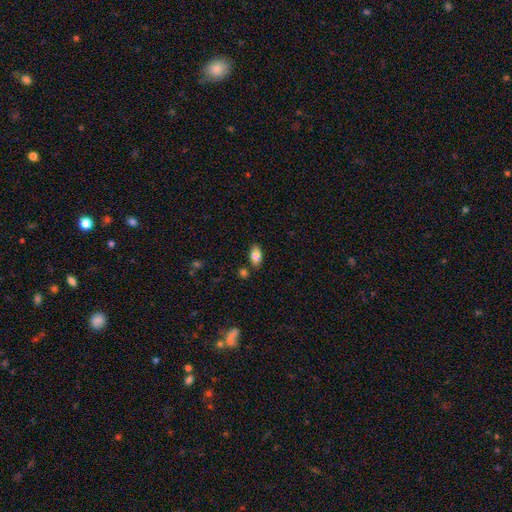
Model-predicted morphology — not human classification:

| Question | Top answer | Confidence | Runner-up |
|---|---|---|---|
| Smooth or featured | smooth | 81% | featured or disk (11%) |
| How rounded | in between | 91% | cigar-shaped (4%) |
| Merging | none | 79% | minor disturbance (12%) |